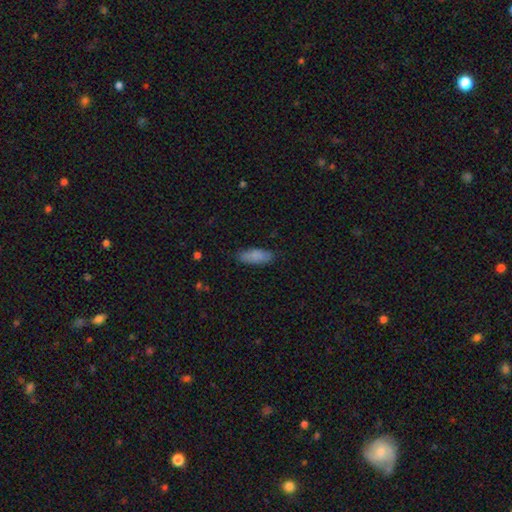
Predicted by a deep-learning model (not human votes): Overall: smooth (85%). How rounded: in between (74%). Merging: none (81%).